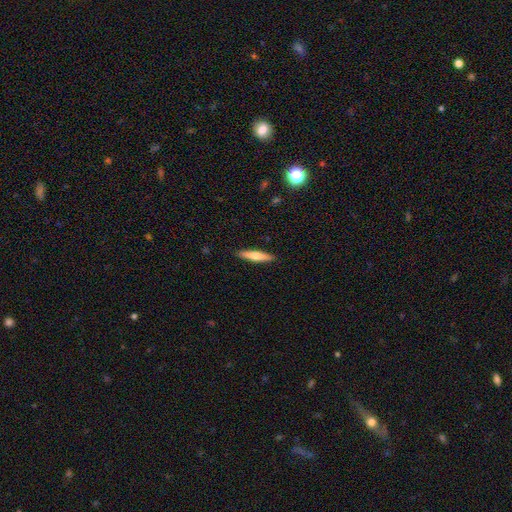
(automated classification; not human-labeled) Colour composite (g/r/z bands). It shows a smooth galaxy with no disk features (60%) that is cigar-shaped (87%). Merging: none (90%).